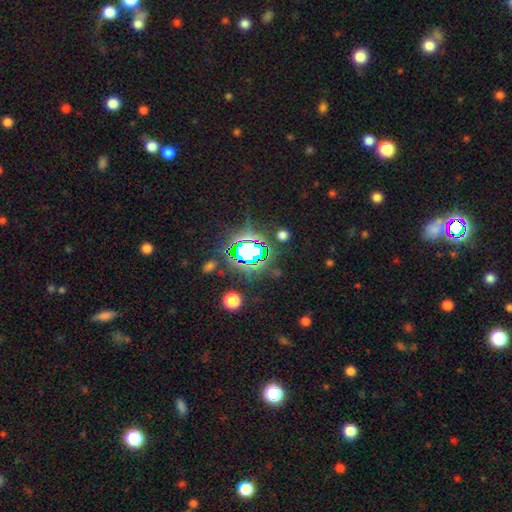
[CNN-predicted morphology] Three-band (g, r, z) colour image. It shows a star or artifact, not a galaxy (81%).